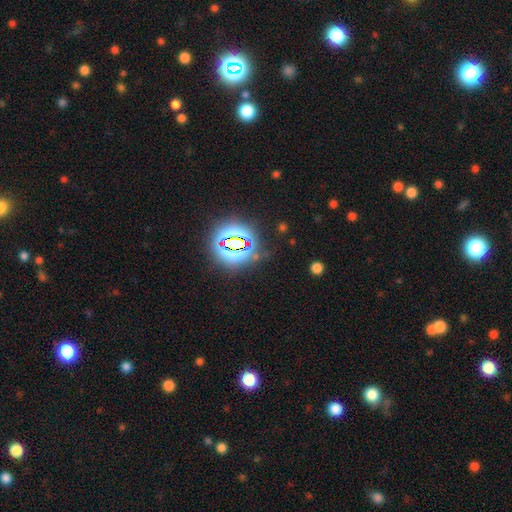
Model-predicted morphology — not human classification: The model was most divided on "smooth or featured": star or artifact: 78%, smooth: 15%, featured or disk: 8%.